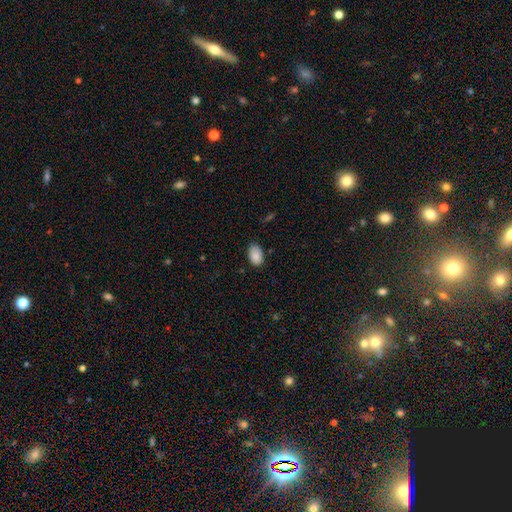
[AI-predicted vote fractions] Morphology: type=smooth (88%); roundness=in between (89%); merging=none (76%).